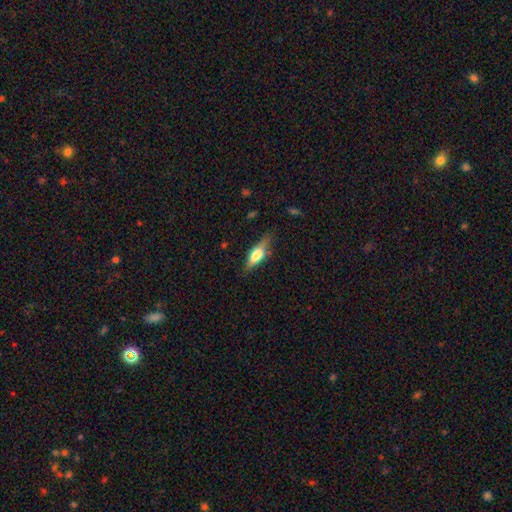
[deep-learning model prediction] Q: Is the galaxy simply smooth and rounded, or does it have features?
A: smooth — 57%.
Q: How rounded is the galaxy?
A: in between — 55%.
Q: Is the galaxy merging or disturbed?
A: none — 68%.